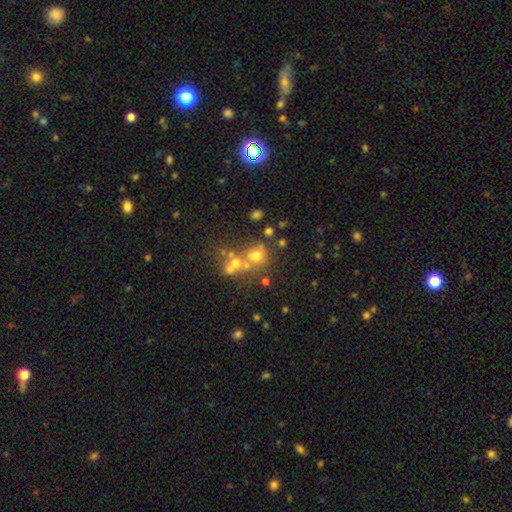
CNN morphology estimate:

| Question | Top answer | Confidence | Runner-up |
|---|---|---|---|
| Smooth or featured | smooth | 49% | star or artifact (28%) |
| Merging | none | 44% | merger (41%) |